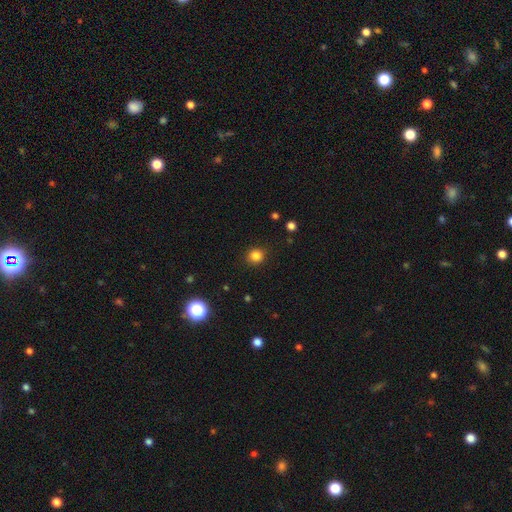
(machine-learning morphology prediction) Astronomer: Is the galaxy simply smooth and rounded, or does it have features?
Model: smooth — 83%.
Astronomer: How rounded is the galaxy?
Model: round — 88%.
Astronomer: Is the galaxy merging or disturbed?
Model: none — 90%.